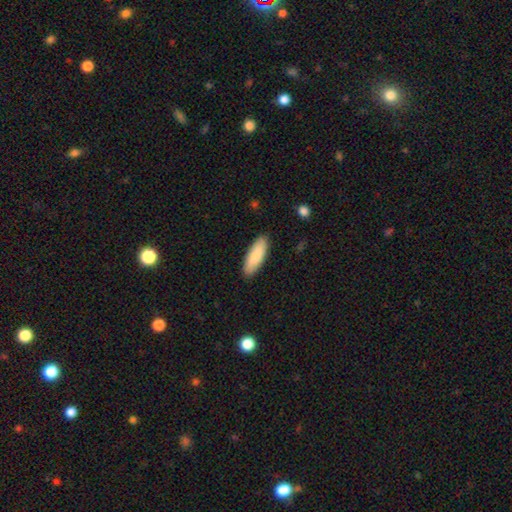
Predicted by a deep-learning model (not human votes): smooth 84%, featured or disk 11%, star or artifact 5%. Down the decision tree: how rounded — in between (64%); merging — none (88%).